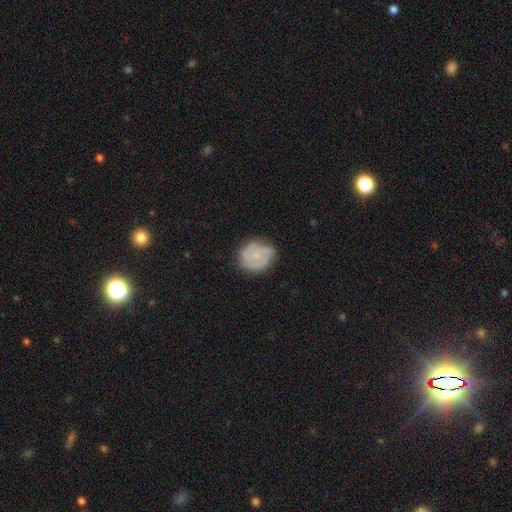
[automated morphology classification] The model was most divided on "smooth or featured": featured or disk: 54%, smooth: 38%, star or artifact: 8%. More confident: edge-on disk — no (98%); bar — no (81%); spiral arms — yes (79%); merging — none (74%); bulge size — small (59%).